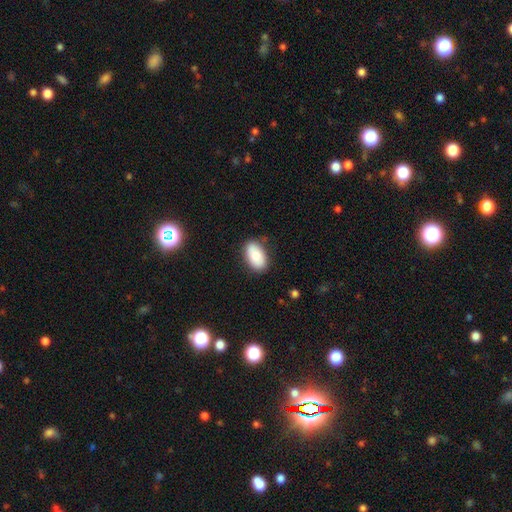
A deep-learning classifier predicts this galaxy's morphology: Q: Smooth or featured?
A: smooth (80%); runner-up: featured or disk (13%)
Q: How rounded?
A: in between (93%); runner-up: round (5%)
Q: Merging?
A: none (83%); runner-up: minor disturbance (13%)